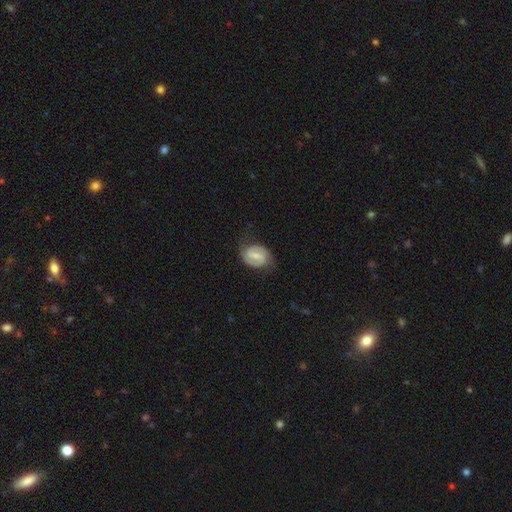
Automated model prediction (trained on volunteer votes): A featured or disk galaxy (75%) with a weak bar (49%), 2 (88%) medium (48%) spiral arms (93%) and a small central bulge (51%). Merging: none (70%).